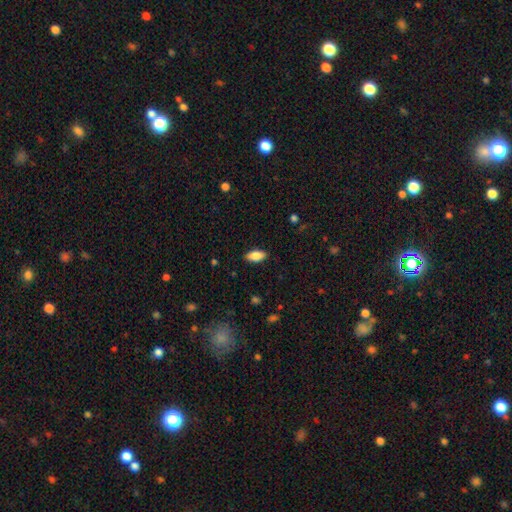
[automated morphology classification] type=smooth (85%); roundness=in between (90%); merging=none (88%).